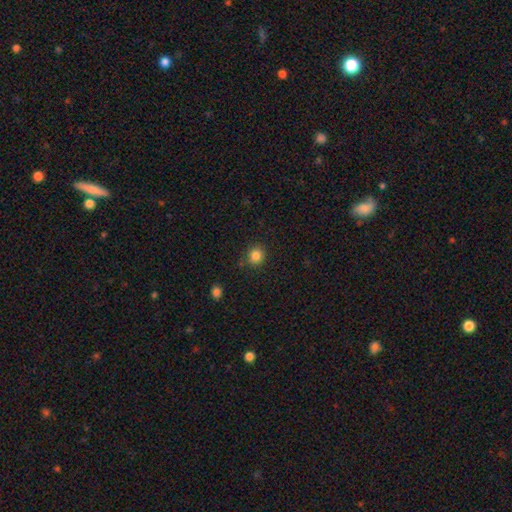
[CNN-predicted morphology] This is clearly a smooth galaxy (84%). How rounded: clearly round (85%). Merging: clearly none (85%).